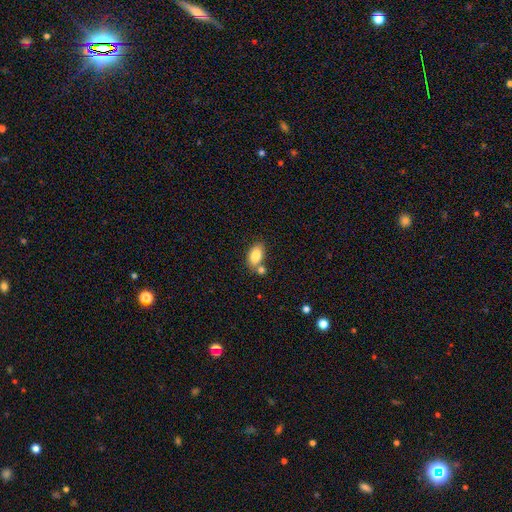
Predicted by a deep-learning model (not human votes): Smooth or featured? smooth (83%)
How rounded? in between (91%)
Merging? none (57%)